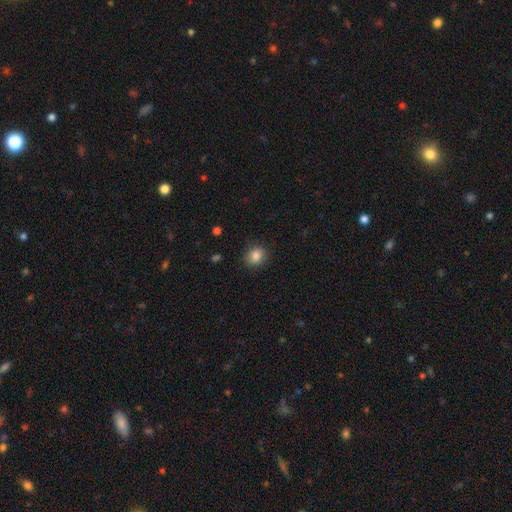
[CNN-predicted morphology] Smooth or featured? smooth (85%)
How rounded? round (73%)
Merging? none (86%)